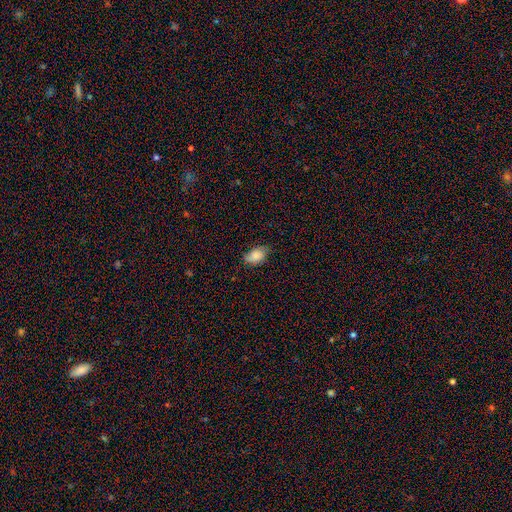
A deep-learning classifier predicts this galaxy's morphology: This appears to be a smooth galaxy with no disk features (76%) that is in between round and cigar-shaped (89%). Merging: none (69%).